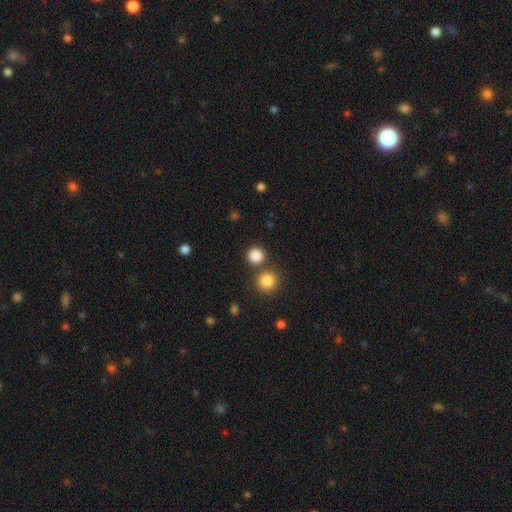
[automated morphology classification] This appears to be a smooth galaxy with no disk features (85%) that is round (93%). Merging: none (78%).